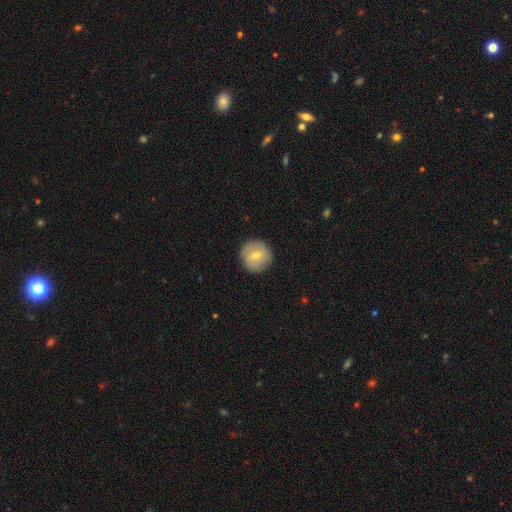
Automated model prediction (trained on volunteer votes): Overall: smooth (56%; featured or disk 37%). How rounded: round (93%). Merging: none (87%).